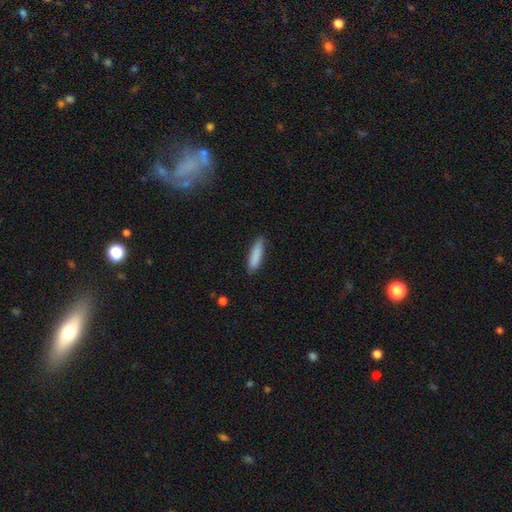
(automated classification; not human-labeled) Overall: smooth (86%). How rounded: cigar-shaped (72%). Merging: none (83%).